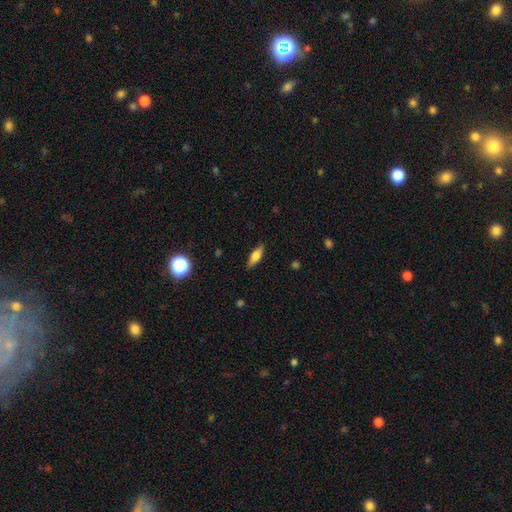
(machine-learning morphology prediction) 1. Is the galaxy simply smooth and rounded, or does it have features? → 65% smooth, 28% featured or disk, 8% star or artifact.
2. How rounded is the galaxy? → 57% in between, 39% cigar-shaped, 3% round.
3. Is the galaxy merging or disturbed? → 87% none, 10% minor disturbance, 2% major disturbance, 1% merger.